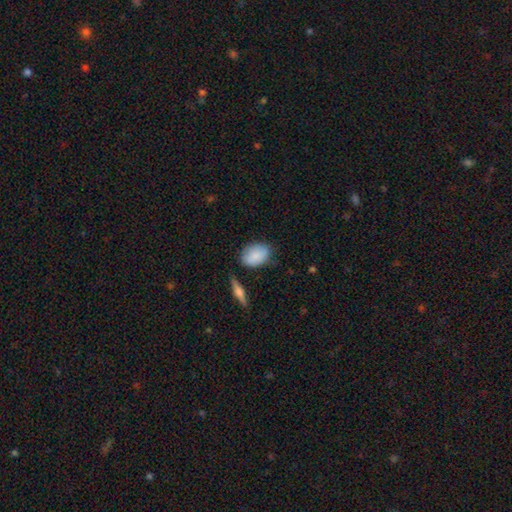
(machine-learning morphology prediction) The model was most divided on "merging": none: 74%, minor disturbance: 19%, merger: 4%, major disturbance: 4%. More confident: how rounded — in between (85%); smooth or featured — smooth (85%).